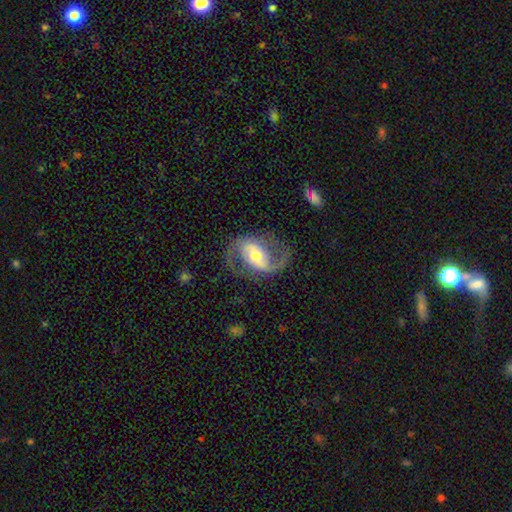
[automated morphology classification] A featured or disk galaxy (88%) with a weak bar (43%), 2 (93%) medium (52%) spiral arms (96%) and a moderate central bulge (63%). Merging: none (78%).